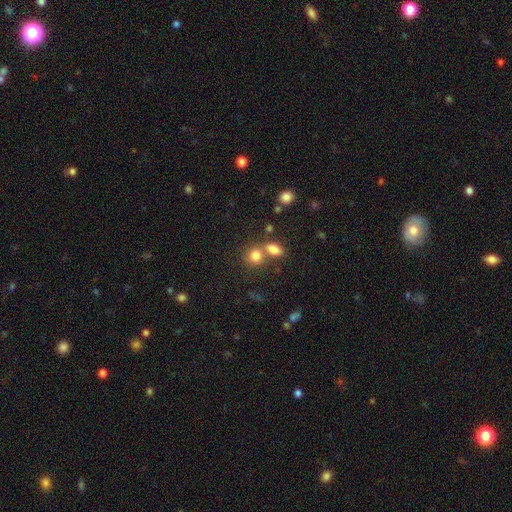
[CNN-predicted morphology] smooth_or_featured: smooth (p=0.81) [alt: star or artifact p=0.11]
how_rounded: round (p=0.67) [alt: in between p=0.31]
merging: none (p=0.47) [alt: merger p=0.40]